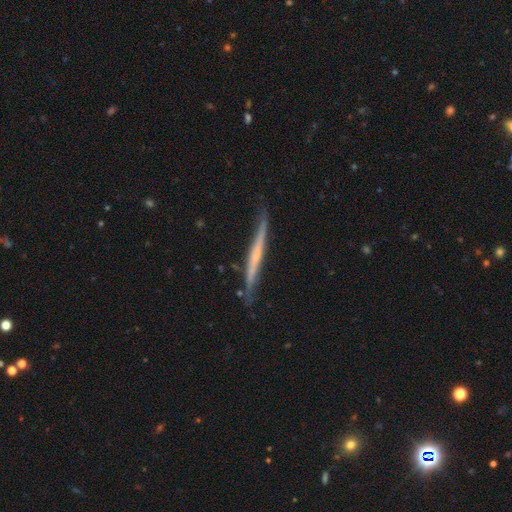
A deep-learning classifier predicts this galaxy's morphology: smooth_or_featured: featured or disk (p=0.66) [alt: smooth p=0.28]
disk_edge_on: yes (p=0.96) [alt: no p=0.04]
edge_on_bulge: none (p=0.60) [alt: rounded p=0.33]
merging: none (p=0.79) [alt: minor disturbance p=0.17]